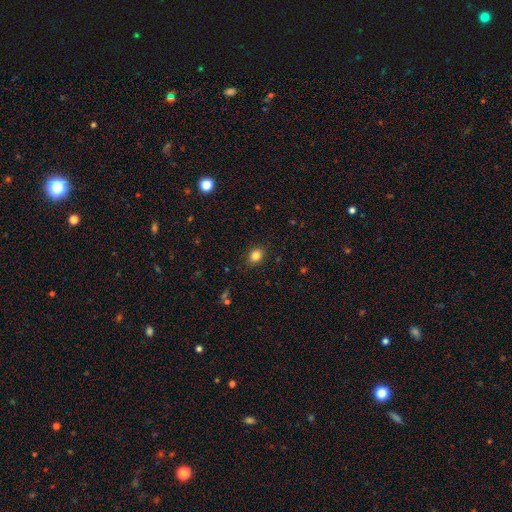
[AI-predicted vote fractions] smooth 84%, star or artifact 11%, featured or disk 5%. Down the decision tree: how rounded — round (54%); merging — none (87%).